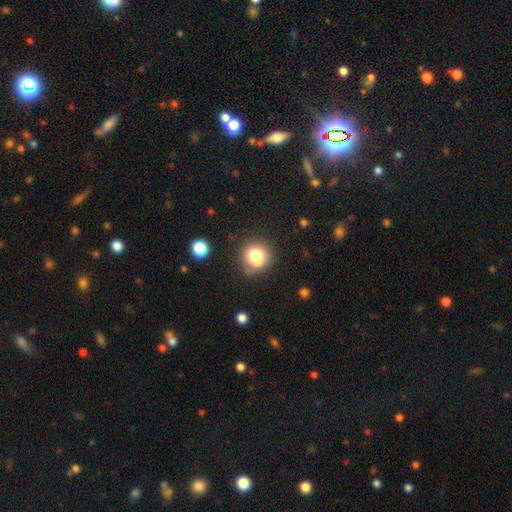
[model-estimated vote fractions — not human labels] A smooth galaxy with no disk features (73%) that is round (89%).

Vote fractions:
- Smooth or featured? smooth: 73% / featured or disk: 16% / star or artifact: 11%
- How rounded? round: 89% / in between: 10% / cigar-shaped: 1%
- Merging? none: 61% / merger: 22% / minor disturbance: 12% / major disturbance: 4%